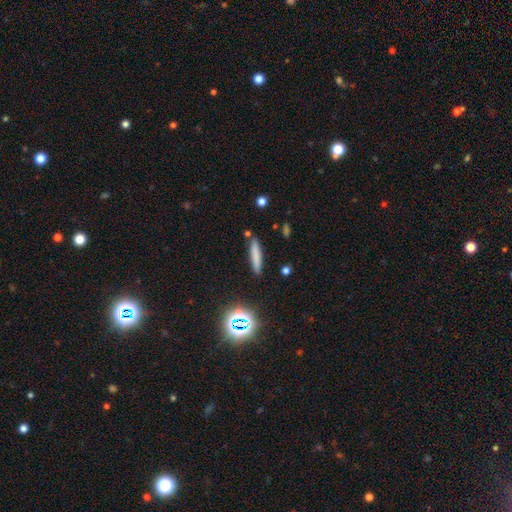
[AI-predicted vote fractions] Morphology: type=smooth (75%); roundness=cigar-shaped (88%); merging=none (85%).